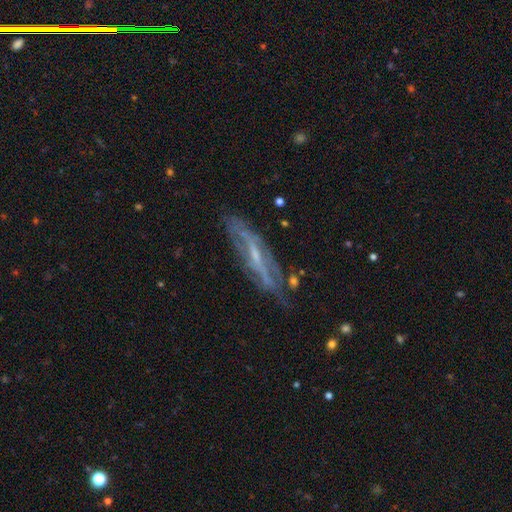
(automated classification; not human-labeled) Smooth or featured?
  - featured or disk: 71% *
  - smooth: 19%
  - star or artifact: 10%
Edge-on disk?
  - yes: 58% *
  - no: 42%
Merging?
  - none: 70% *
  - minor disturbance: 20%
  - major disturbance: 7%
  - merger: 3%